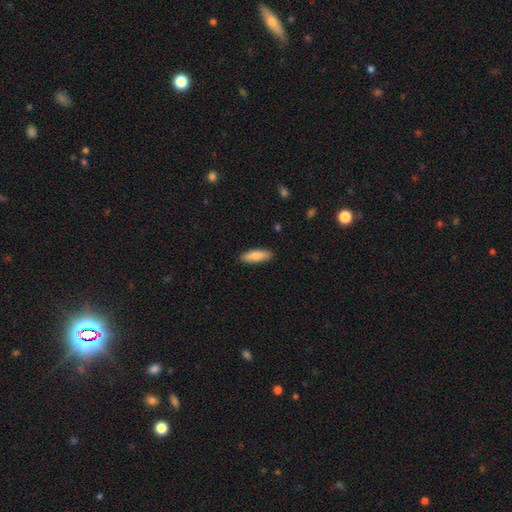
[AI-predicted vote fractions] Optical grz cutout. It shows a smooth galaxy with no disk features (84%) that is in between round and cigar-shaped (56%). Merging: none (89%).